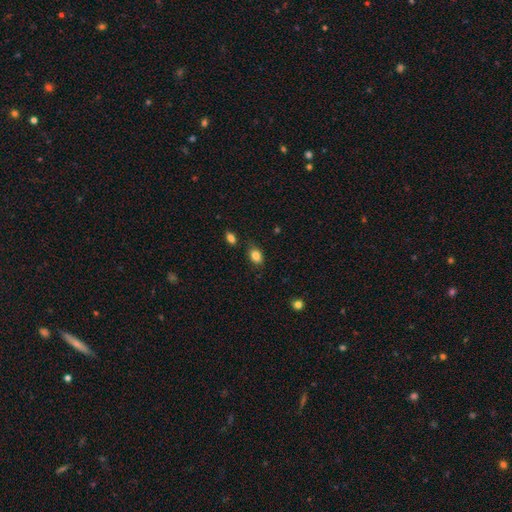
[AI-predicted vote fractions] smooth-or-featured: smooth: 84% | star or artifact: 10% | featured or disk: 6%
  how-rounded: in between: 78% | round: 21% | cigar-shaped: 2%
  merging: none: 77% | minor disturbance: 16% | merger: 4% | major disturbance: 3%